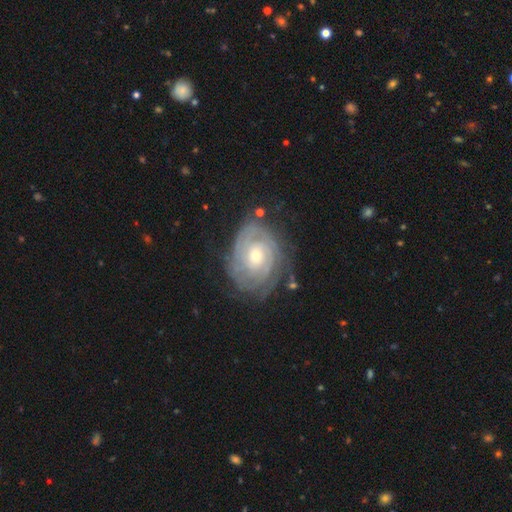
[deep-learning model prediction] featured or disk 86%, smooth 9%, star or artifact 5%. Down the decision tree: edge-on disk — no (97%); bar — no (72%); spiral arms — yes (96%); spiral arm count — can't tell (37%); spiral winding — tight (81%); bulge size — small (53%); merging — none (71%).